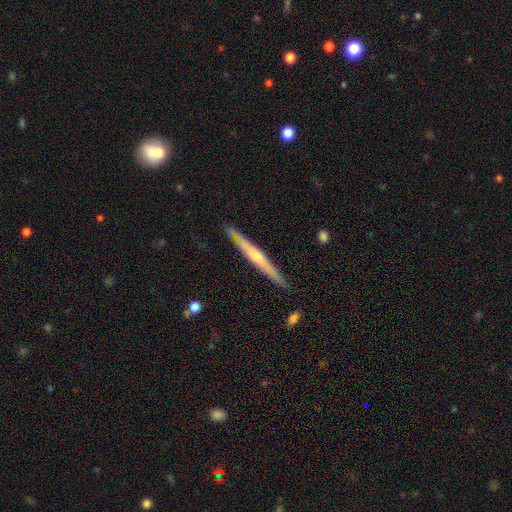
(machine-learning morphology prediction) The model was most divided on "smooth or featured": featured or disk: 74%, smooth: 20%, star or artifact: 6%. More confident: edge-on disk — yes (98%); merging — none (90%); edge-on bulge — rounded (75%).